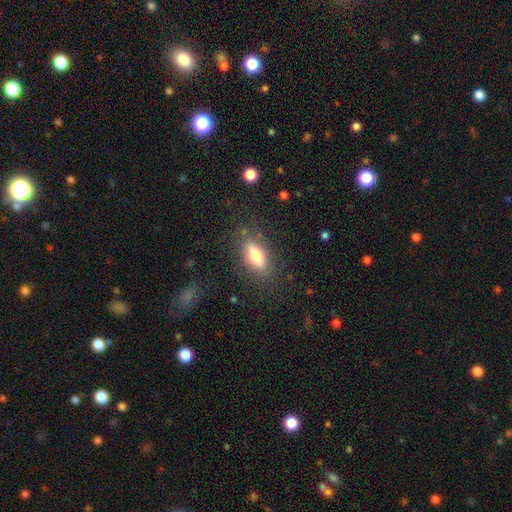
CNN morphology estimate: Smooth or featured: smooth — 72% (featured or disk — 20%)
How rounded: in between — 70% (cigar-shaped — 27%)
Merging: none — 82% (minor disturbance — 12%)